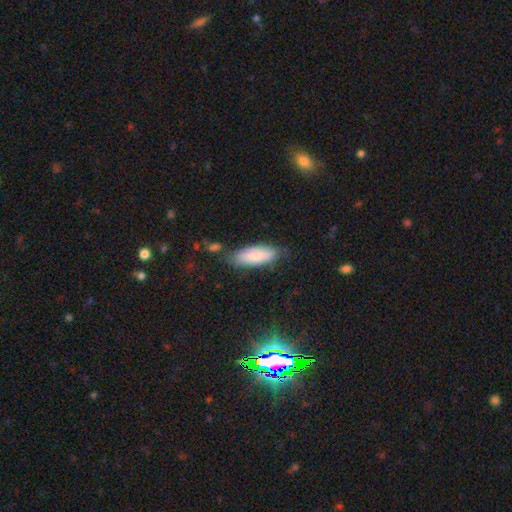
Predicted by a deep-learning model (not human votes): smooth_or_featured: smooth (p=0.81) [alt: featured or disk p=0.13]
how_rounded: in between (p=0.75) [alt: cigar-shaped p=0.23]
merging: none (p=0.72) [alt: minor disturbance p=0.19]